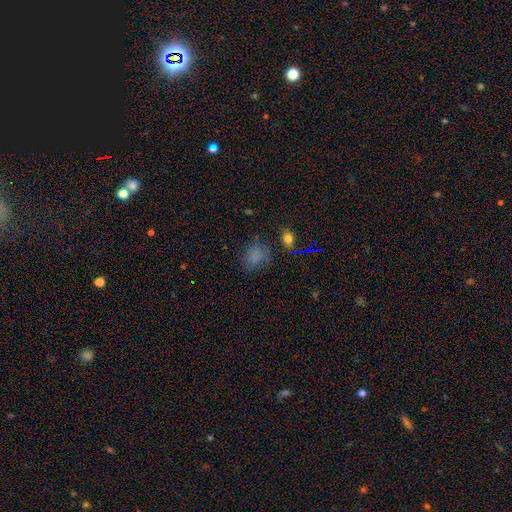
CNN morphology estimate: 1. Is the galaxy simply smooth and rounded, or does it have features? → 69% smooth, 22% star or artifact, 9% featured or disk.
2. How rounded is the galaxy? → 51% round, 47% in between, 2% cigar-shaped.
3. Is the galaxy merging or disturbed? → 66% none, 21% minor disturbance, 9% major disturbance, 4% merger.